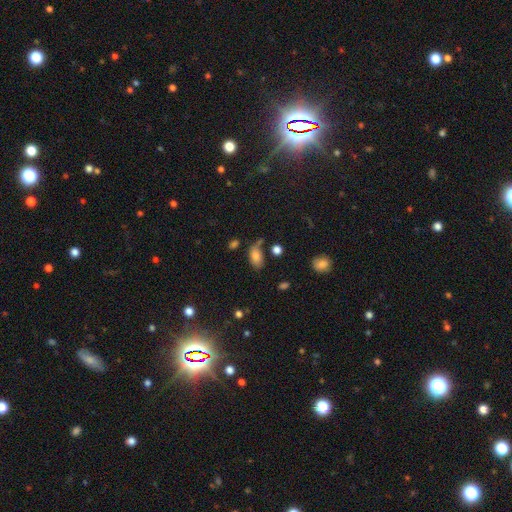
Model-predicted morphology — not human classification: type=smooth (79%); roundness=in between (92%); merging=none (54%).